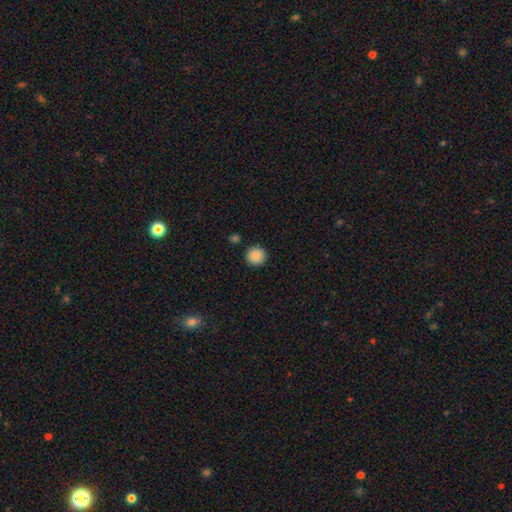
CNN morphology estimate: type=smooth (87%); roundness=round (94%); merging=none (91%).